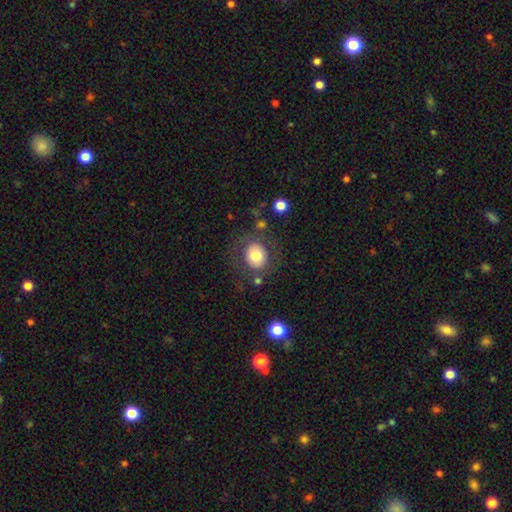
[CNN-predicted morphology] Smooth or featured? Predicted: smooth (p=0.74). How rounded? Predicted: round (p=0.74). Merging? Predicted: none (p=0.76).